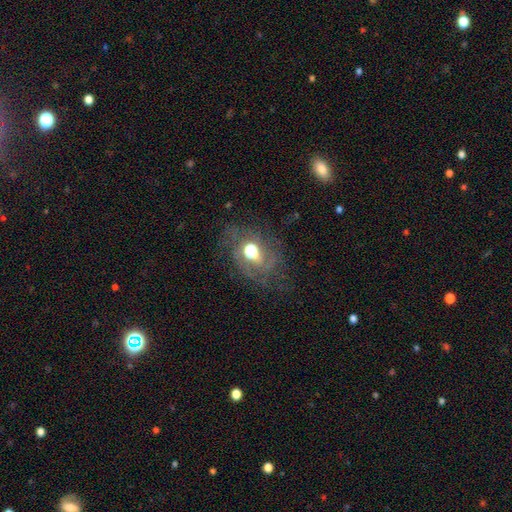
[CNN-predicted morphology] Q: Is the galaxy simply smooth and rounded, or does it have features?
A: featured or disk — 63%.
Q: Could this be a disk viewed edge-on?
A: no — 94%.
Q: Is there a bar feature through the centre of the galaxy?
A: no — 59%.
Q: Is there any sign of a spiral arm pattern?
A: yes — 68%.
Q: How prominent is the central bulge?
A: moderate — 53%.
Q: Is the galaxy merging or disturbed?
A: none — 60%.